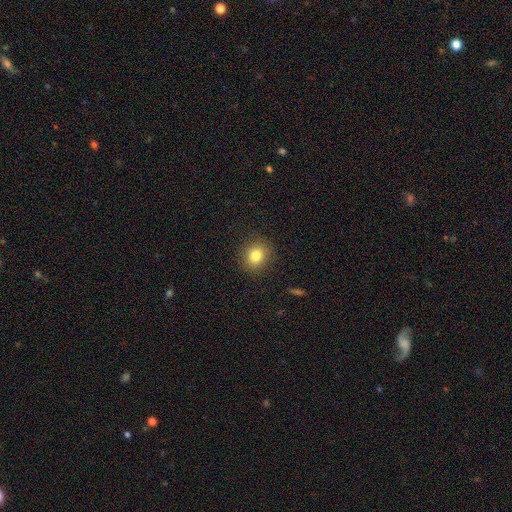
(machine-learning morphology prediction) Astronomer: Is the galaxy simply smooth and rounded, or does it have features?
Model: smooth — 80%.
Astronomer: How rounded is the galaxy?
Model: round — 81%.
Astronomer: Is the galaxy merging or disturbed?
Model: none — 90%.